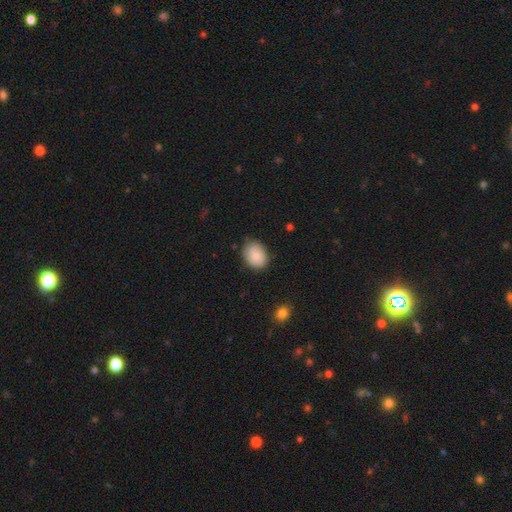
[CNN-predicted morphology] Smooth or featured: smooth — 86% (star or artifact — 7%)
How rounded: in between — 69% (round — 30%)
Merging: none — 76% (minor disturbance — 19%)